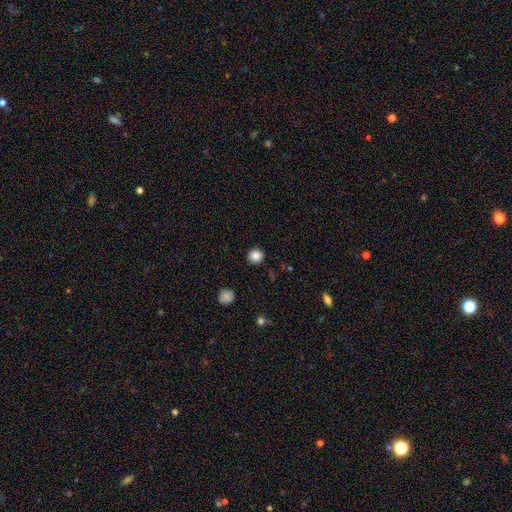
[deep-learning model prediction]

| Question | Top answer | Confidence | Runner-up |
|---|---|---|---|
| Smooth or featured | smooth | 86% | star or artifact (11%) |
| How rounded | round | 93% | in between (6%) |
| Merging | none | 92% | minor disturbance (5%) |